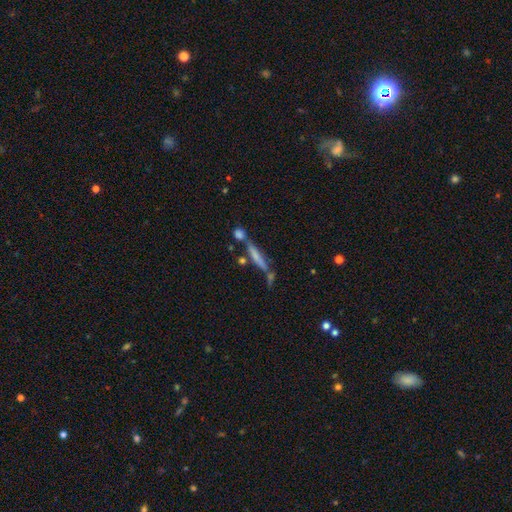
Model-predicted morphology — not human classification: Q: Smooth or featured?
A: featured or disk (50%); runner-up: smooth (38%)
Q: Edge-on disk?
A: yes (89%); runner-up: no (11%)
Q: Merging?
A: none (62%); runner-up: merger (17%)